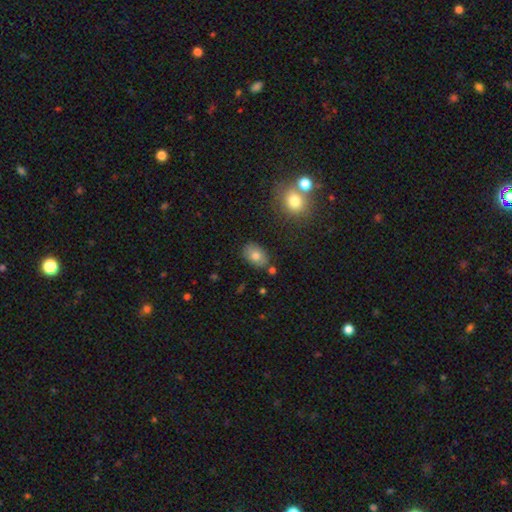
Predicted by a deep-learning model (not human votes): Smooth or featured?
  - smooth: 77% *
  - featured or disk: 13%
  - star or artifact: 10%
How rounded?
  - in between: 84% *
  - round: 15%
  - cigar-shaped: 1%
Merging?
  - none: 80% *
  - minor disturbance: 12%
  - merger: 5%
  - major disturbance: 3%